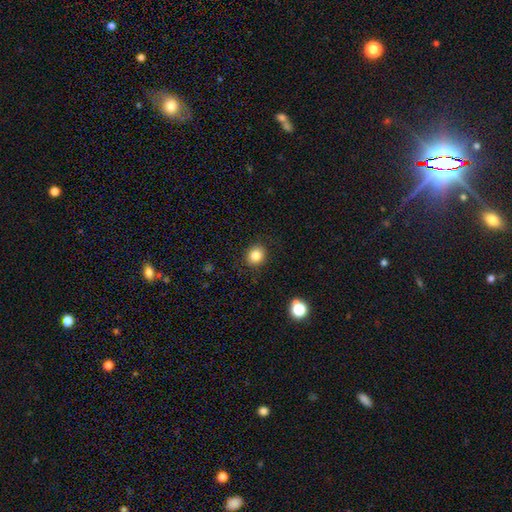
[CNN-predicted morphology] A smooth galaxy with no disk features (83%) that is round (72%).

Vote fractions:
- Smooth or featured? smooth: 83% / star or artifact: 11% / featured or disk: 6%
- How rounded? round: 72% / in between: 27% / cigar-shaped: 1%
- Merging? none: 89% / minor disturbance: 7% / major disturbance: 2% / merger: 1%